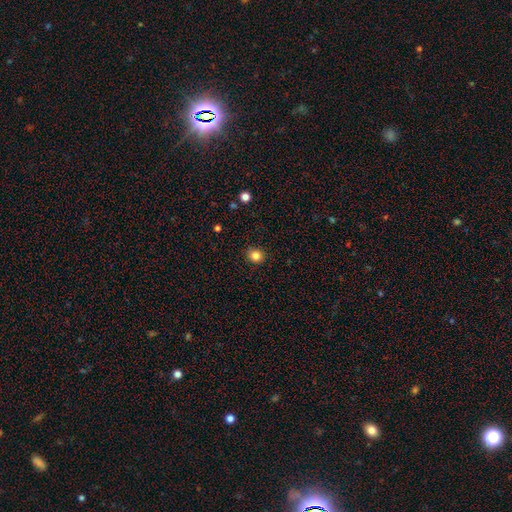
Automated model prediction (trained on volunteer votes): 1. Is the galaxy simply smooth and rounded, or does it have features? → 84% smooth, 11% star or artifact, 5% featured or disk.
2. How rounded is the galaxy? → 78% round, 21% in between, 1% cigar-shaped.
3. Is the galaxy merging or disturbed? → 89% none, 8% minor disturbance, 2% major disturbance, 1% merger.